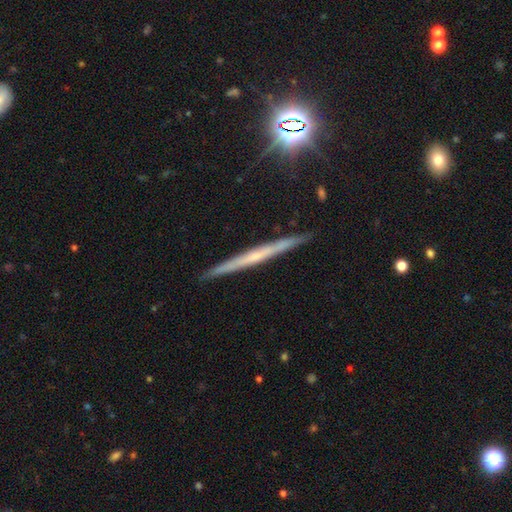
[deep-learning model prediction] A featured or disk galaxy (64%) viewed edge-on (97%) with no central bulge (67%). Merging: none (91%).